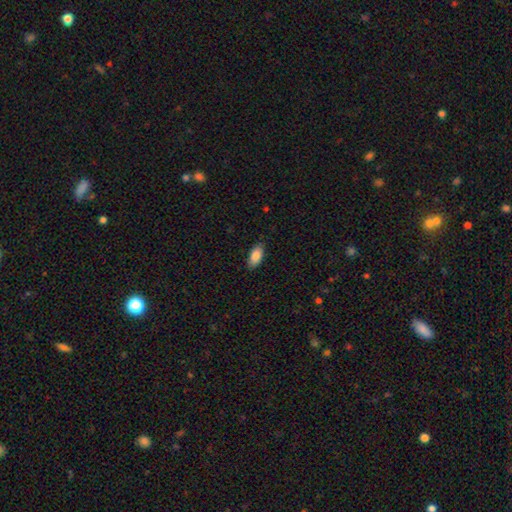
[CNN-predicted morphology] smooth_or_featured: smooth (p=0.86) [alt: featured or disk p=0.07]
how_rounded: in between (p=0.91) [alt: cigar-shaped p=0.07]
merging: none (p=0.84) [alt: minor disturbance p=0.12]